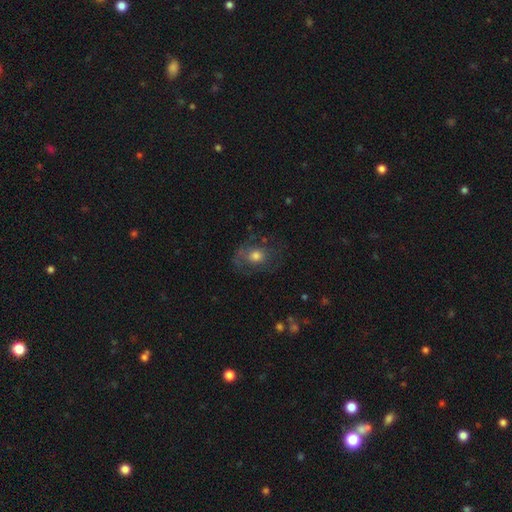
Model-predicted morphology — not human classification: Smooth or featured? smooth (49%)
Merging? none (59%)